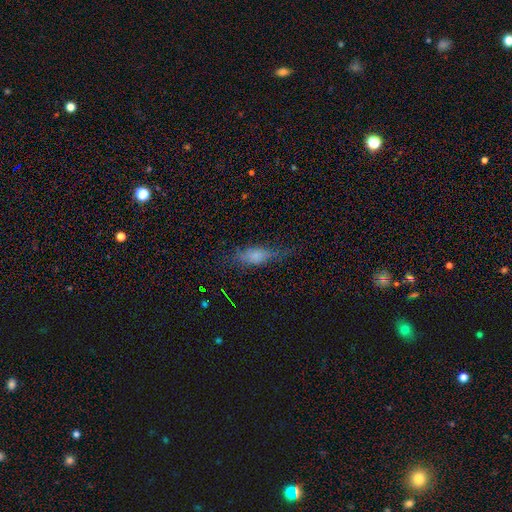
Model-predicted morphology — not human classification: type=smooth (63%); roundness=in between (64%); merging=none (57%).